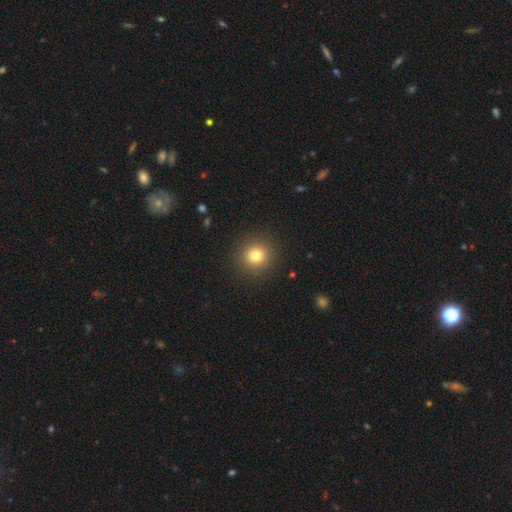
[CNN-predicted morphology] The model was most divided on "smooth or featured": smooth: 79%, star or artifact: 13%, featured or disk: 8%. More confident: how rounded — round (91%); merging — none (90%).